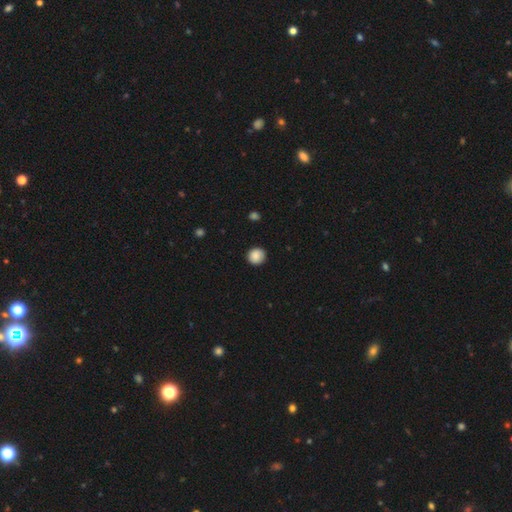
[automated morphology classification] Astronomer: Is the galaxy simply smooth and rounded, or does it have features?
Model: smooth — 88%.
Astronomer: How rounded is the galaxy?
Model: round — 92%.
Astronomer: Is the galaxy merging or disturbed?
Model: none — 89%.